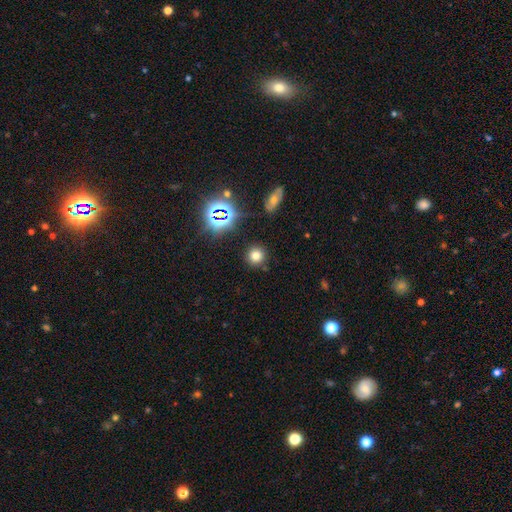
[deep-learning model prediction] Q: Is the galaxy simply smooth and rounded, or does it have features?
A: smooth — 71%.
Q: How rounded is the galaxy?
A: round — 91%.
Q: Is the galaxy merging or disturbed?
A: none — 88%.